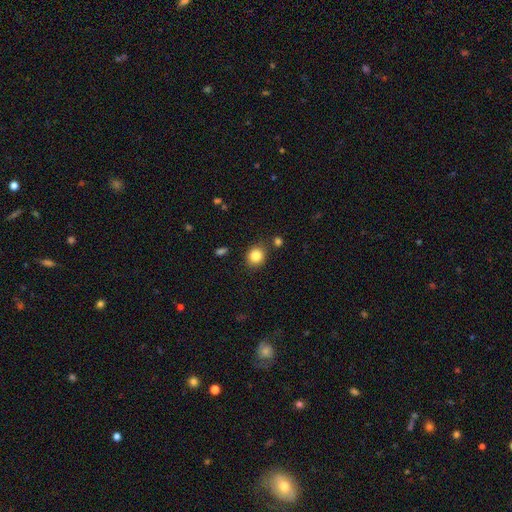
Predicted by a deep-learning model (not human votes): smooth 86%, star or artifact 10%, featured or disk 5%. Down the decision tree: how rounded — round (79%); merging — none (82%).